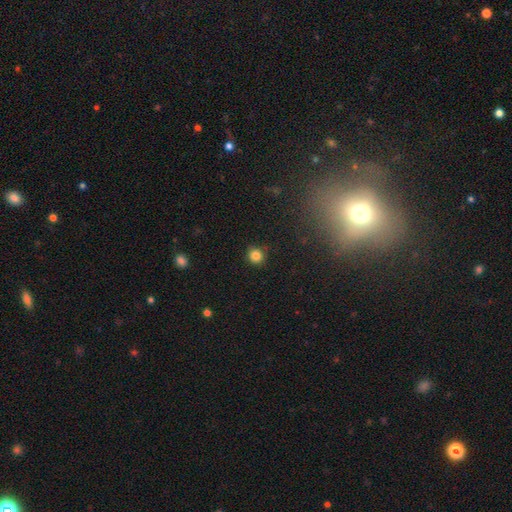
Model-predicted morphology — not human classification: Overall: smooth (82%). How rounded: round (91%). Merging: none (88%).